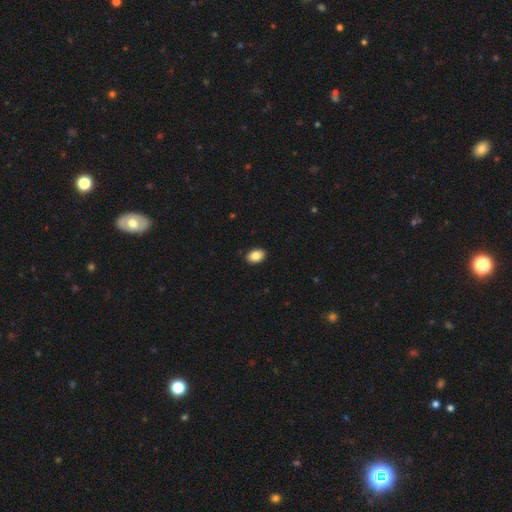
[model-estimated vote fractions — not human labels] This is clearly a smooth galaxy (86%). How rounded: clearly in between (82%). Merging: clearly none (91%).